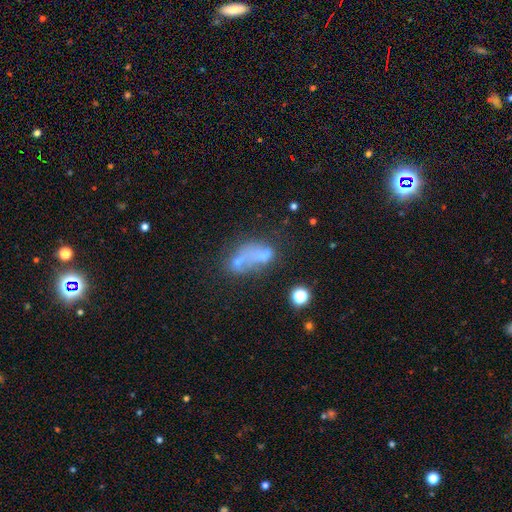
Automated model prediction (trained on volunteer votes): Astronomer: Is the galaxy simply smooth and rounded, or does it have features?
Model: smooth — 47% (runner-up: featured or disk, 34%).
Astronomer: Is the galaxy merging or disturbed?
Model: merger — 40% (runner-up: none, 24%).